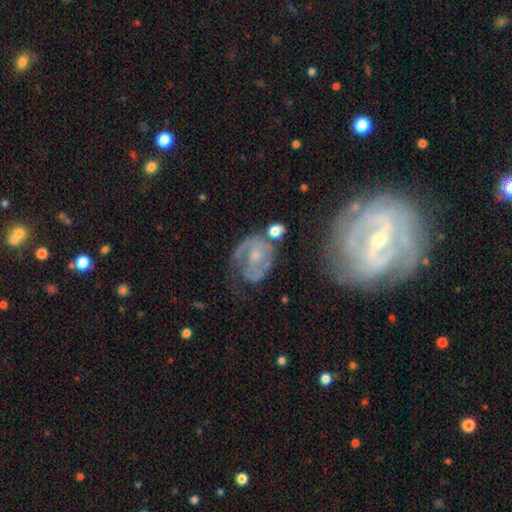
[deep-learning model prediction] smooth-or-featured: featured or disk: 80% | smooth: 14% | star or artifact: 7%
  disk-edge-on: no: 97% | yes: 3%
    bar: no: 52% | weak: 39% | strong: 9%
    has-spiral-arms: yes: 90% | no: 10%
      spiral-winding: tight: 50% | medium: 37% | loose: 13%
      spiral-arm-count: 2: 54% | can't tell: 20% | 1: 15% | 3: 6% | 4: 2% | more than 4: 2%
    bulge-size: small: 54% | moderate: 33% | none: 10% | large: 2% | dominant: 1%
  merging: none: 51% | minor disturbance: 22% | major disturbance: 18% | merger: 9%